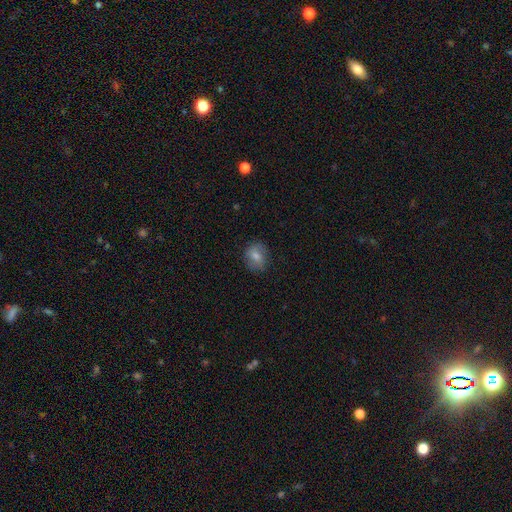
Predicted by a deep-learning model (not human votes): This is likely a smooth galaxy (66%). How rounded: possibly round (56%). Merging: clearly none (83%).